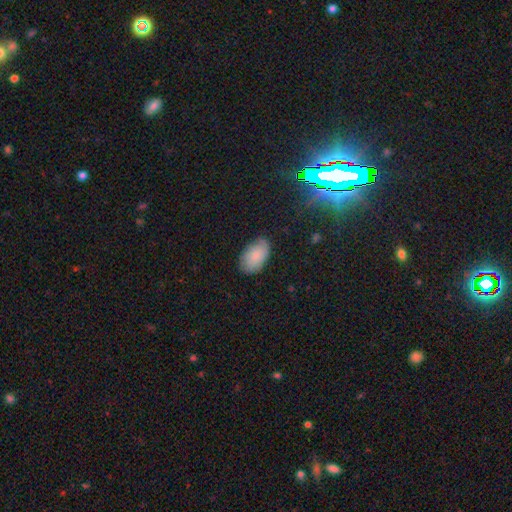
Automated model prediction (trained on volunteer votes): smooth-or-featured: smooth: 78% | featured or disk: 14% | star or artifact: 8%
  how-rounded: in between: 94% | round: 5% | cigar-shaped: 1%
  merging: none: 75% | minor disturbance: 20% | major disturbance: 4% | merger: 1%